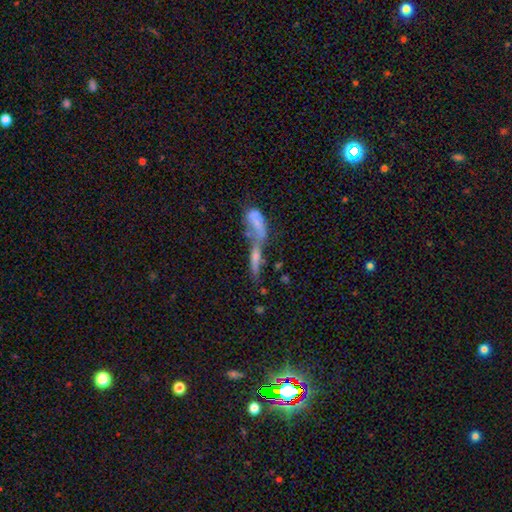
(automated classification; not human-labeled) Smooth or featured? star or artifact (38%)